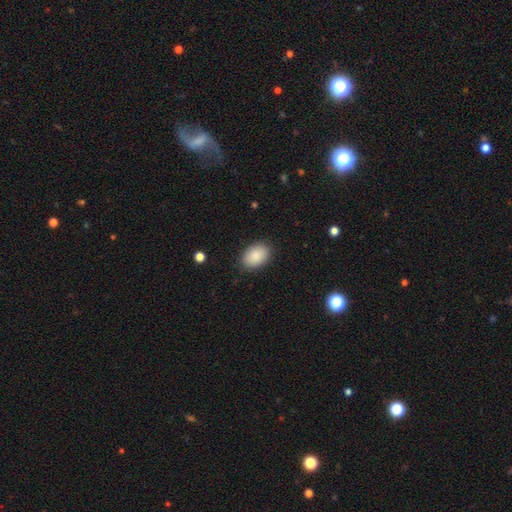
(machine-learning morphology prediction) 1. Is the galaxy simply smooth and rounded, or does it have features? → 89% smooth, 7% star or artifact, 5% featured or disk.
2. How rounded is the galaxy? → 88% in between, 11% round, 1% cigar-shaped.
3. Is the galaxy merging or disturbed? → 87% none, 10% minor disturbance, 3% major disturbance, 1% merger.